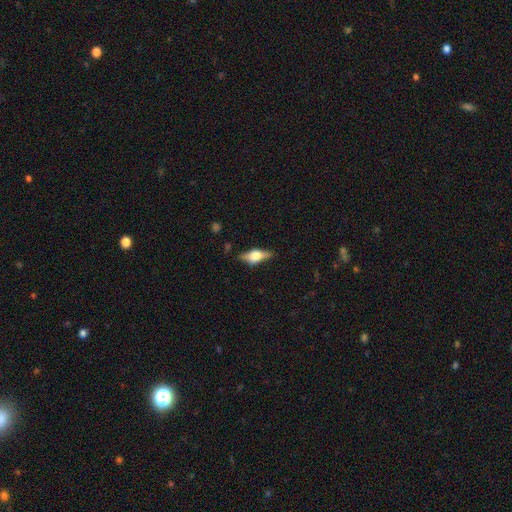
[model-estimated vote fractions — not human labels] This appears to be a featured or disk galaxy (59%) viewed edge-on (94%) with a rounded central bulge (91%). Merging: none (79%).